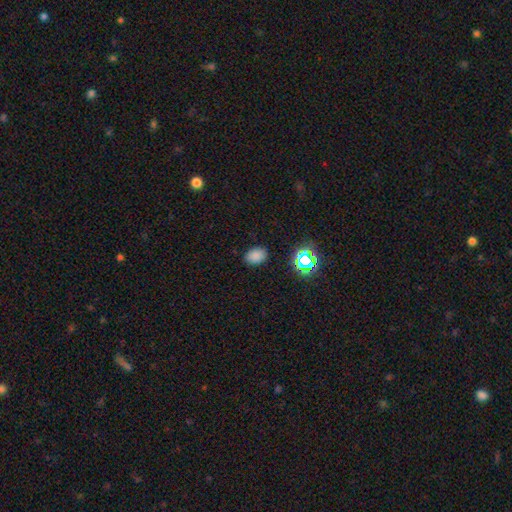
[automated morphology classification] Smooth or featured? Predicted: smooth (p=0.78). How rounded? Predicted: in between (p=0.74). Merging? Predicted: none (p=0.85).